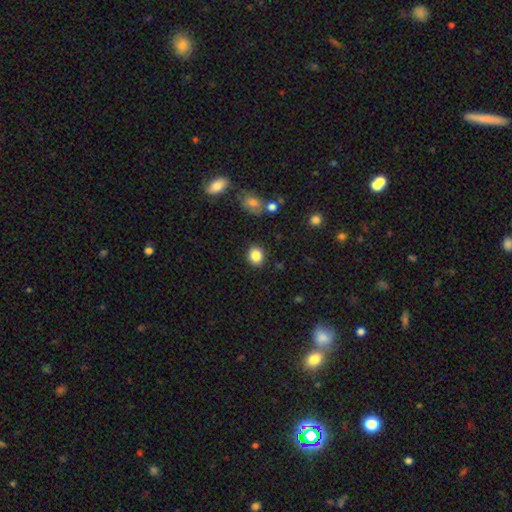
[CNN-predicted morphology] smooth-or-featured: smooth: 86% | star or artifact: 10% | featured or disk: 4%
  how-rounded: round: 71% | in between: 28% | cigar-shaped: 1%
  merging: none: 88% | minor disturbance: 8% | major disturbance: 2% | merger: 2%